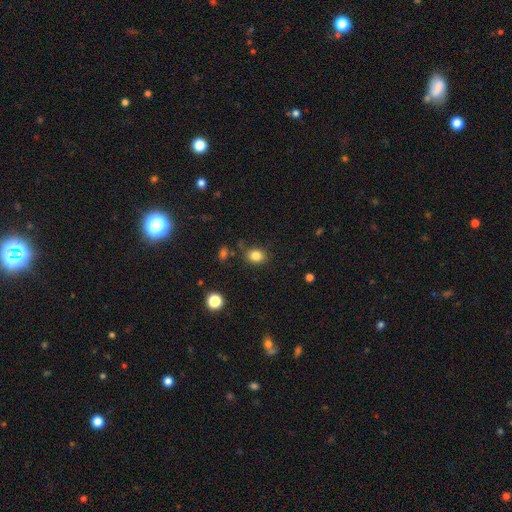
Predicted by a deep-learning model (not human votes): A smooth galaxy with no disk features (83%) that is round (54%). Merging: none (80%).